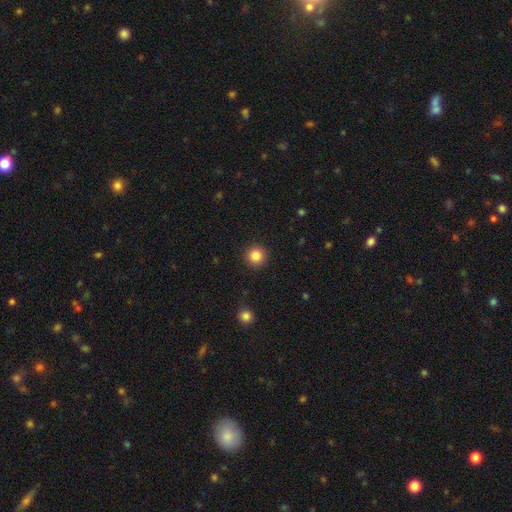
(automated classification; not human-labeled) Smooth or featured? Predicted: smooth (p=0.85). How rounded? Predicted: round (p=0.95). Merging? Predicted: none (p=0.92).